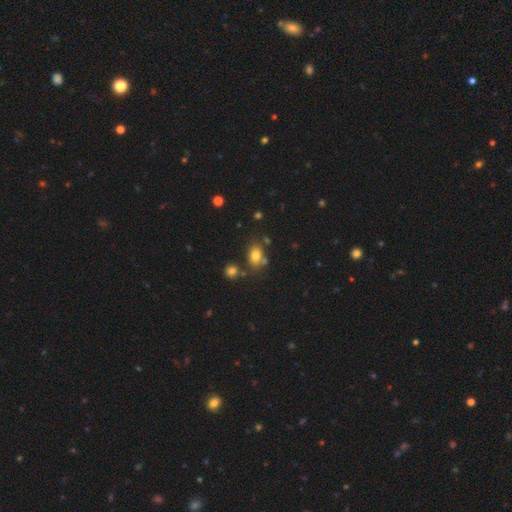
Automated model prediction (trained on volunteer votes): This appears to be a smooth galaxy with no disk features (77%) that is in between round and cigar-shaped (71%). Merging: none (68%).